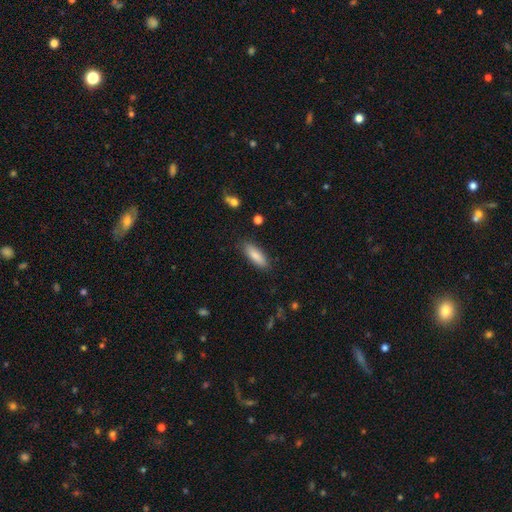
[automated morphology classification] Smooth or featured? smooth (85%)
How rounded? in between (57%)
Merging? none (86%)